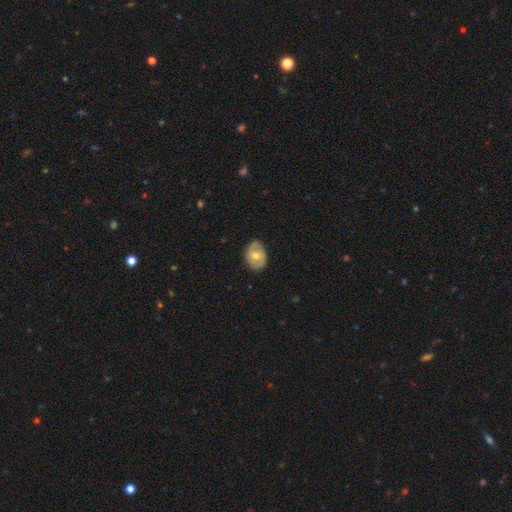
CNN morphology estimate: A smooth galaxy with no disk features (47%).

Vote fractions:
- Smooth or featured? smooth: 47% / featured or disk: 46% / star or artifact: 6%
- Merging? none: 77% / minor disturbance: 19% / major disturbance: 3% / merger: 1%